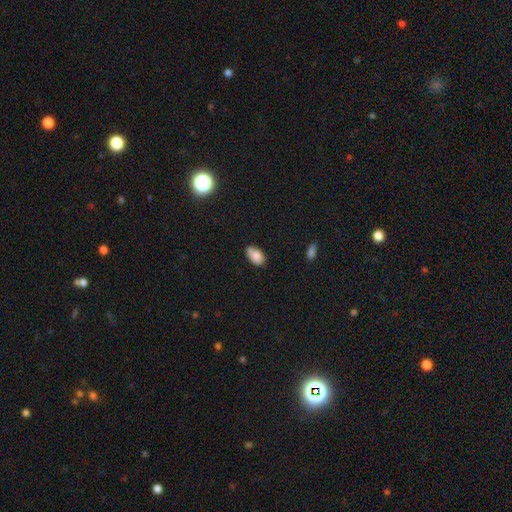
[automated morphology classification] type=smooth (84%); roundness=in between (93%); merging=none (67%).